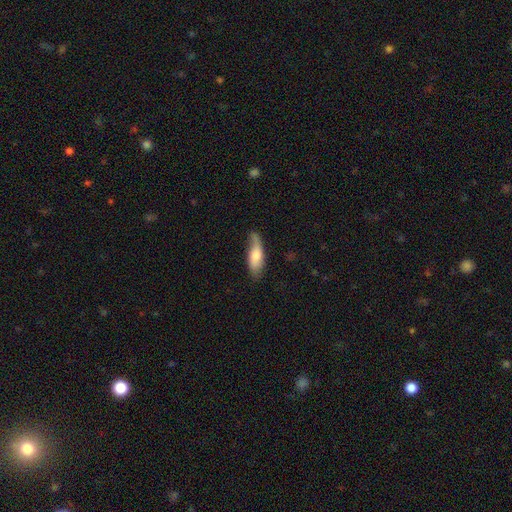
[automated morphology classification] Overall: smooth (64%; featured or disk 30%). How rounded: in between (53%; cigar-shaped 44%). Merging: none (61%; minor disturbance 29%).